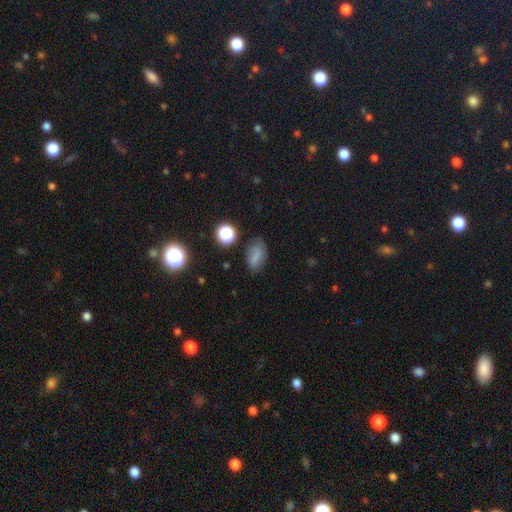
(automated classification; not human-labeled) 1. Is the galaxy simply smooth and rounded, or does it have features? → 68% smooth, 17% featured or disk, 15% star or artifact.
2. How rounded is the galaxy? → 84% in between, 12% round, 4% cigar-shaped.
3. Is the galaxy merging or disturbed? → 69% none, 21% minor disturbance, 7% major disturbance, 3% merger.